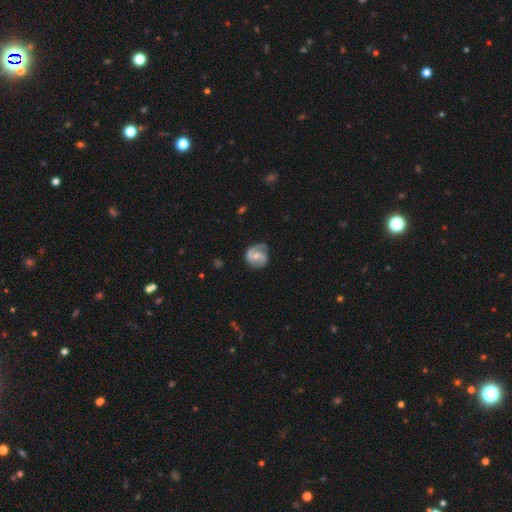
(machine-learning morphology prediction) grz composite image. It shows a featured or disk galaxy (72%) with a weak bar (46%), 2 (77%) medium (44%) spiral arms (91%) and a moderate central bulge (49%). Merging: none (68%).